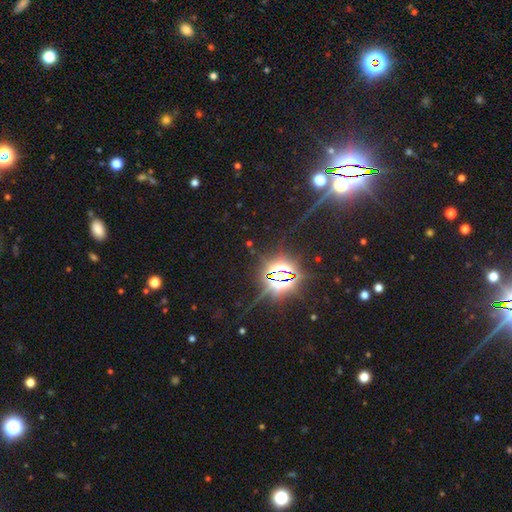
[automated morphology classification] Smooth or featured? Predicted: star or artifact (p=0.85).